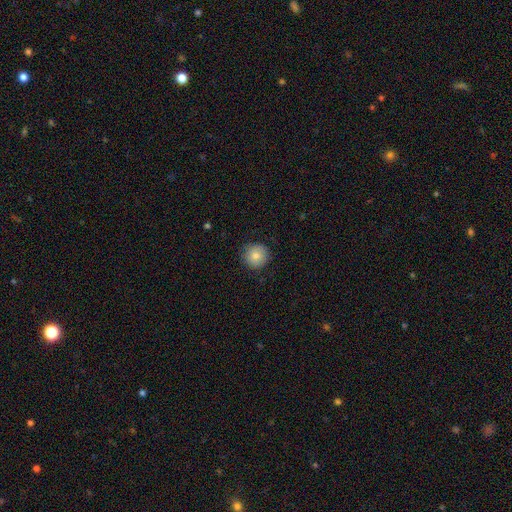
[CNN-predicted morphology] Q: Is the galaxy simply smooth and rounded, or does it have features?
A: smooth — 80%.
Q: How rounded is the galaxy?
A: round — 94%.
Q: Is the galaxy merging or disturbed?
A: none — 86%.